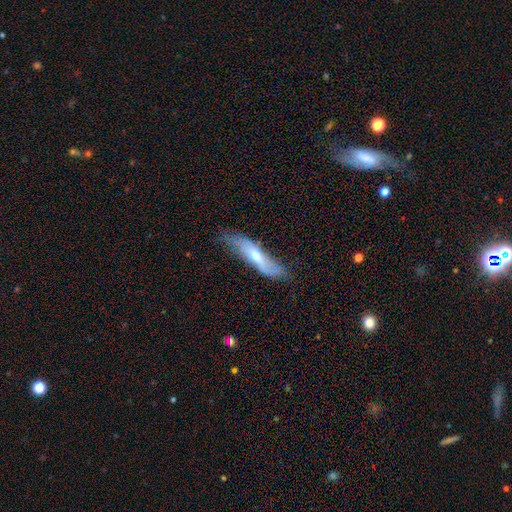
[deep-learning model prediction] Smooth or featured?
  - featured or disk: 54% *
  - smooth: 38%
  - star or artifact: 7%
Edge-on disk?
  - no: 54% *
  - yes: 46%
Merging?
  - none: 62% *
  - minor disturbance: 28%
  - major disturbance: 8%
  - merger: 2%